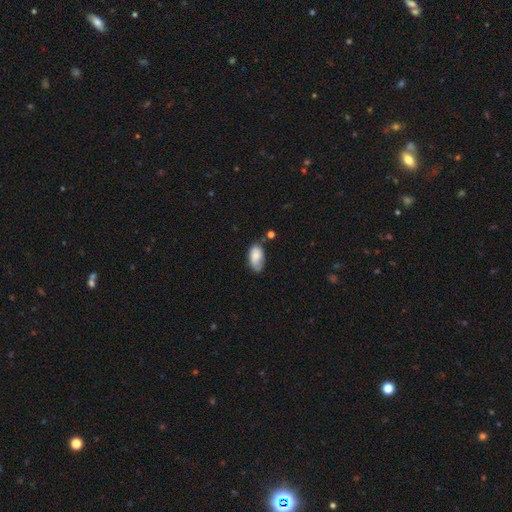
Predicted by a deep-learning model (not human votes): Smooth or featured? smooth (79%)
How rounded? in between (94%)
Merging? none (53%)